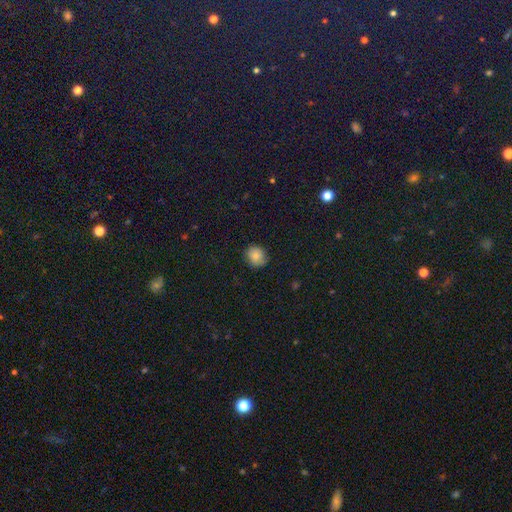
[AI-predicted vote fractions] Smooth or featured?
  - smooth: 83% *
  - star or artifact: 10%
  - featured or disk: 7%
How rounded?
  - round: 75% *
  - in between: 24%
  - cigar-shaped: 1%
Merging?
  - none: 83% *
  - minor disturbance: 13%
  - major disturbance: 3%
  - merger: 1%